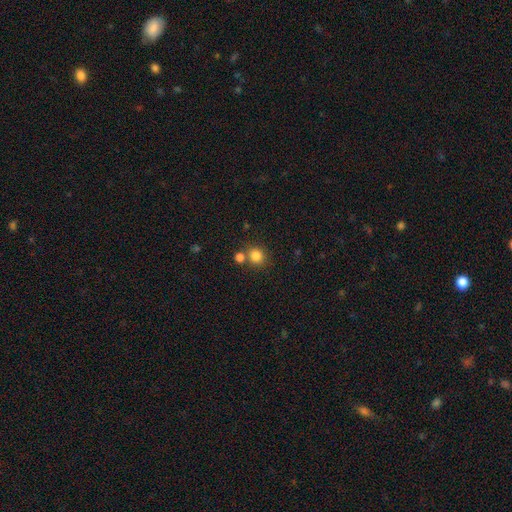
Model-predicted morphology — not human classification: type=smooth (83%); roundness=round (83%); merging=none (65%).